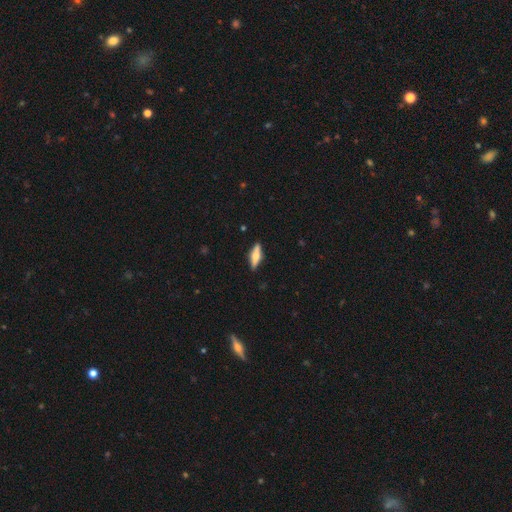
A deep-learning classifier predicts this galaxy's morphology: This appears to be a featured or disk galaxy (47%, tied with smooth). Merging: none (87%).